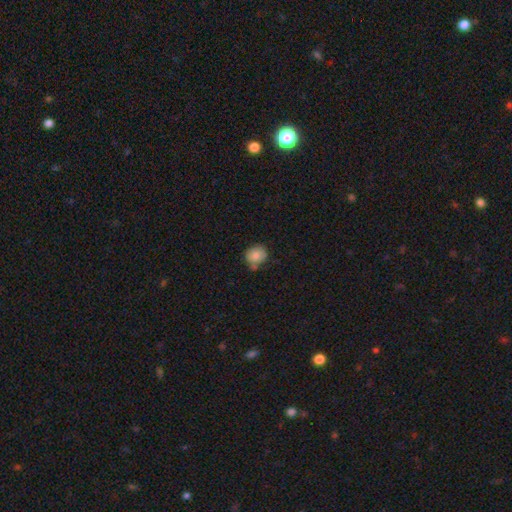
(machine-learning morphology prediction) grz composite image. It shows a smooth galaxy with no disk features (83%) that is round (81%). Merging: none (62%).